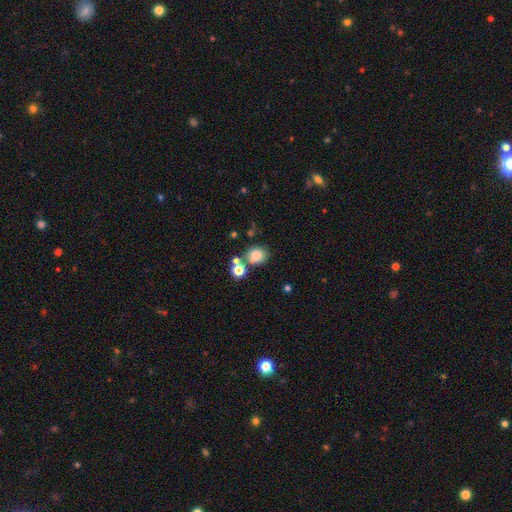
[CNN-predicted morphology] Smooth or featured? smooth (80%)
How rounded? round (74%)
Merging? none (64%)